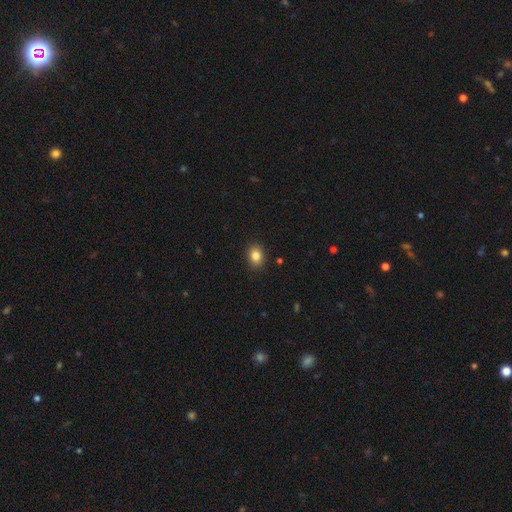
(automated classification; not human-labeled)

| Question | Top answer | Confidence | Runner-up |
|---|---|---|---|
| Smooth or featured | smooth | 84% | star or artifact (10%) |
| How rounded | in between | 60% | round (39%) |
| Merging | none | 90% | minor disturbance (7%) |